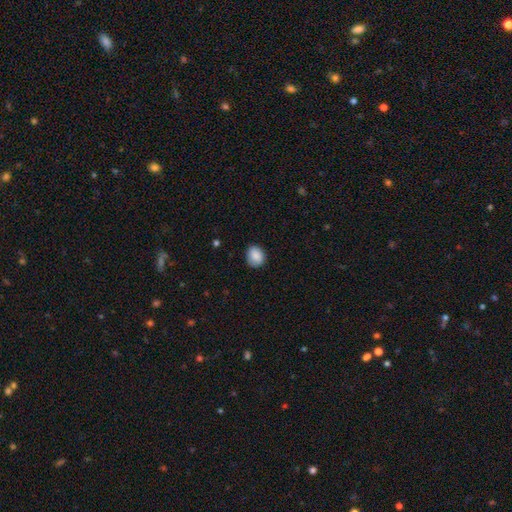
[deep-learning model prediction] A smooth galaxy with no disk features (87%) that is round (58%).

Vote fractions:
- Smooth or featured? smooth: 87% / star or artifact: 8% / featured or disk: 6%
- How rounded? round: 58% / in between: 42% / cigar-shaped: 1%
- Merging? none: 82% / minor disturbance: 14% / major disturbance: 3% / merger: 1%